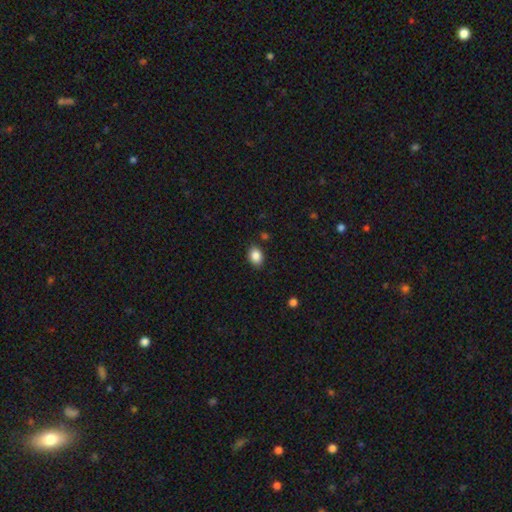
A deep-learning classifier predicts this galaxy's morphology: Smooth or featured? Predicted: smooth (p=0.87). How rounded? Predicted: in between (p=0.73). Merging? Predicted: none (p=0.87).